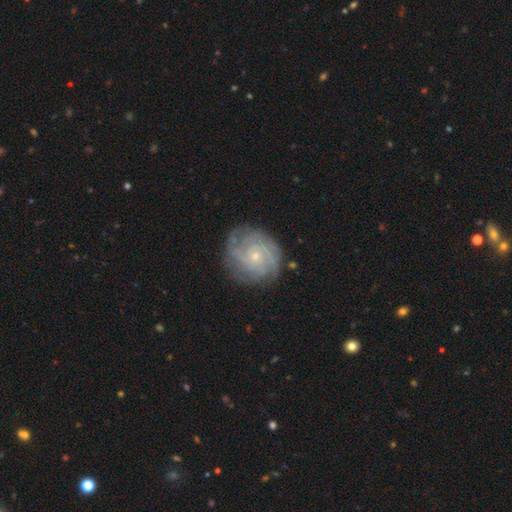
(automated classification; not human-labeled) Smooth or featured?
  - featured or disk: 81% *
  - smooth: 12%
  - star or artifact: 7%
Edge-on disk?
  - no: 98% *
  - yes: 2%
Bar?
  - no: 78% *
  - weak: 19%
  - strong: 3%
Spiral arms?
  - yes: 95% *
  - no: 5%
Spiral winding?
  - tight: 70% *
  - medium: 24%
  - loose: 6%
Spiral arm count?
  - can't tell: 33% *
  - 4: 22%
  - 3: 16%
  - 2: 11%
  - more than 4: 11%
  - 1: 7%
Bulge size?
  - small: 78% *
  - moderate: 18%
  - none: 2%
  - large: 1%
  - dominant: 1%
Merging?
  - none: 80% *
  - minor disturbance: 14%
  - major disturbance: 5%
  - merger: 1%